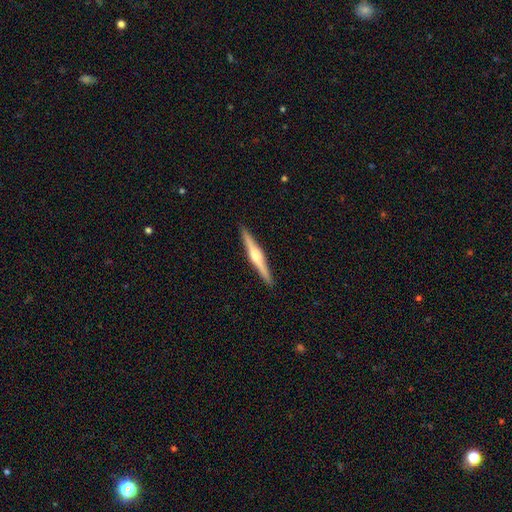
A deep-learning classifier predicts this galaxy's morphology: Smooth or featured? Predicted: featured or disk (p=0.73). Edge-on disk? Predicted: yes (p=0.98). Edge-on bulge? Predicted: rounded (p=0.87). Merging? Predicted: none (p=0.92).